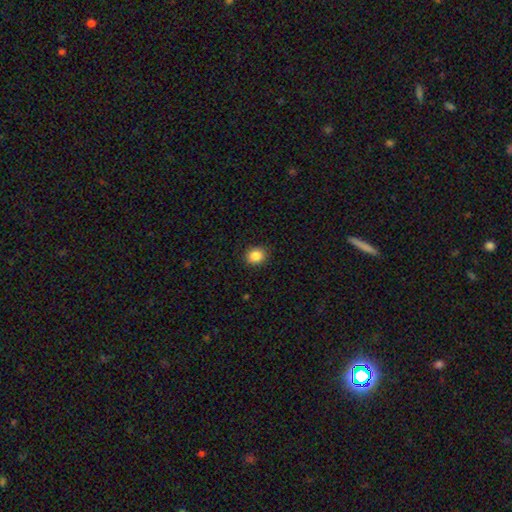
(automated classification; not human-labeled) smooth 86%, star or artifact 10%, featured or disk 4%. Down the decision tree: how rounded — round (69%); merging — none (89%).